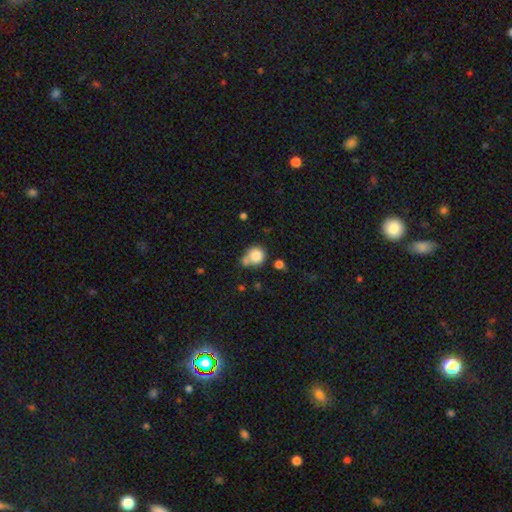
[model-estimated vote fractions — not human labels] Smooth or featured? Predicted: smooth (p=0.82). How rounded? Predicted: round (p=0.86). Merging? Predicted: none (p=0.46).